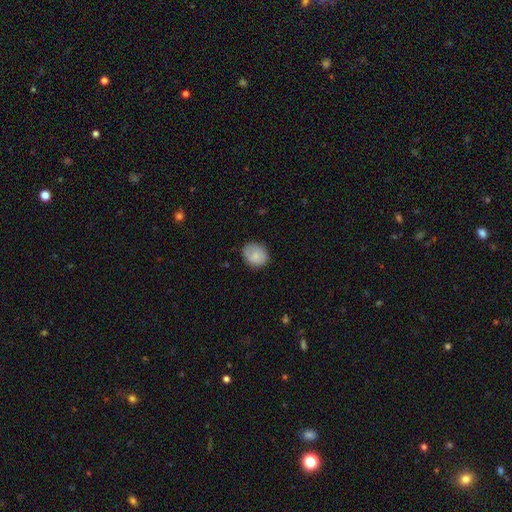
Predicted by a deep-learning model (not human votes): Overall: smooth (82%). How rounded: round (62%; in between 37%). Merging: none (79%).